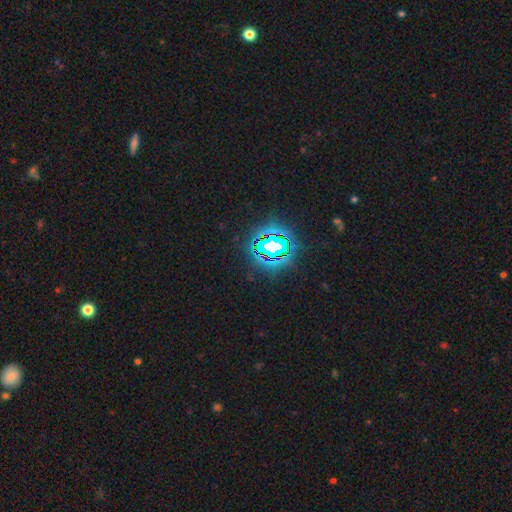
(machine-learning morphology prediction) A star or artifact, not a galaxy (83%).